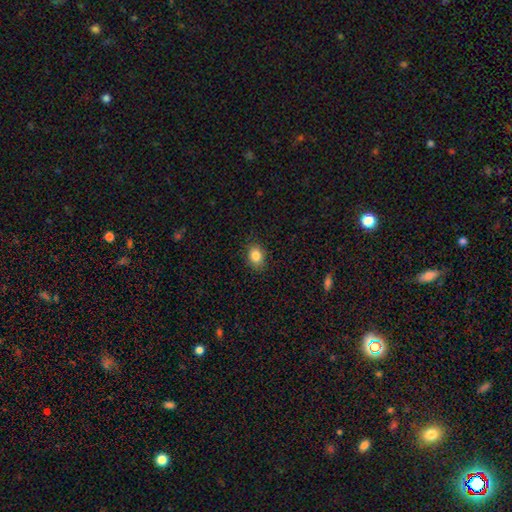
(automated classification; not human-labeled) The model was most divided on "how rounded": in between: 61%, round: 38%, cigar-shaped: 1%. More confident: merging — none (87%); smooth or featured — smooth (85%).